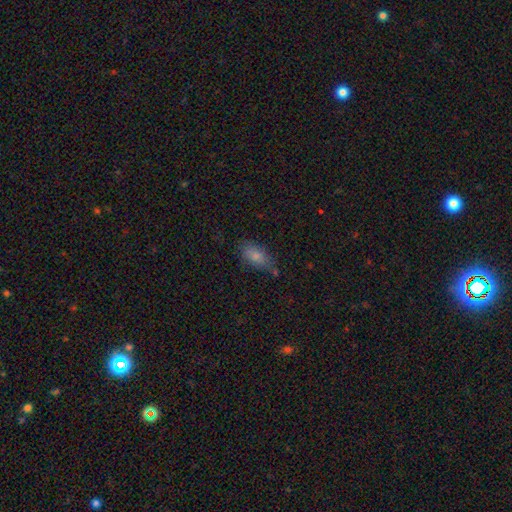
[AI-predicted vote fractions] A smooth galaxy with no disk features (81%) that is in between round and cigar-shaped (89%). Merging: none (59%).